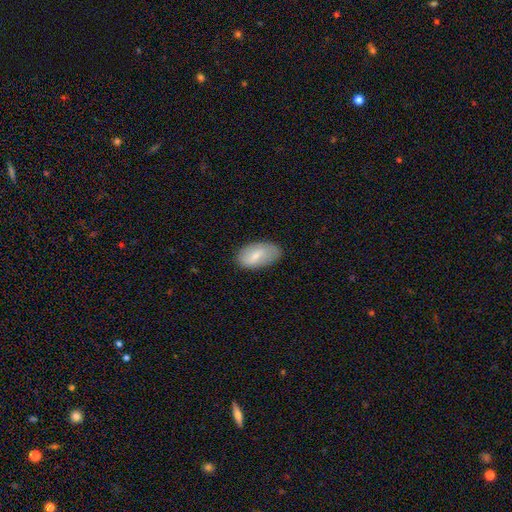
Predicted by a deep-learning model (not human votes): A smooth galaxy with no disk features (68%) that is in between round and cigar-shaped (94%).

Vote fractions:
- Smooth or featured? smooth: 68% / featured or disk: 26% / star or artifact: 6%
- How rounded? in between: 94% / round: 3% / cigar-shaped: 3%
- Merging? none: 75% / minor disturbance: 19% / major disturbance: 5% / merger: 1%